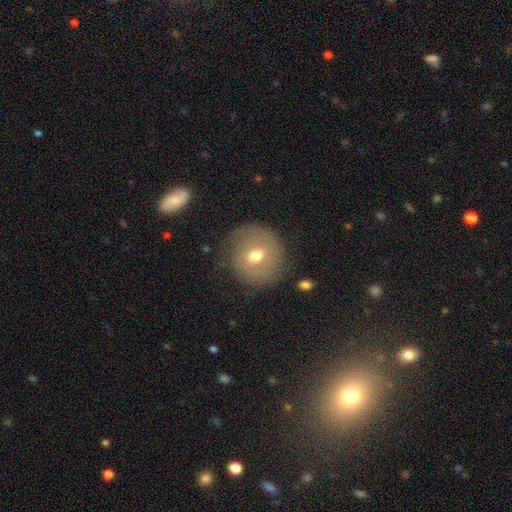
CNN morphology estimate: The model was most divided on "smooth or featured" (2-way tie): featured or disk: 43%, smooth: 43%, star or artifact: 15%. More confident: merging — none (79%).